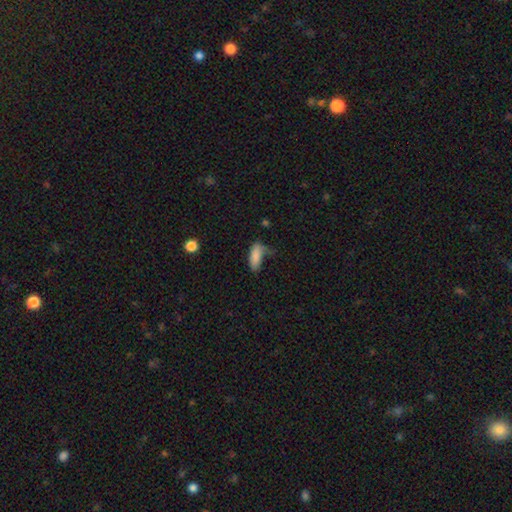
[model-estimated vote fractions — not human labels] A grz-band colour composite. It shows a smooth galaxy with no disk features (83%) that is in between round and cigar-shaped (74%). Merging: none (43%).